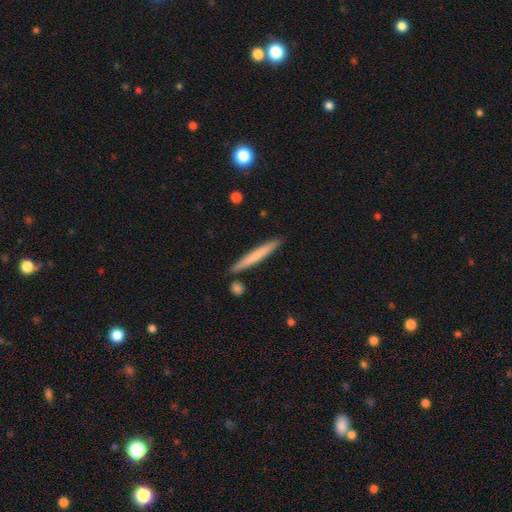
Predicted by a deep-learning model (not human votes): Smooth or featured?
  - smooth: 65% *
  - featured or disk: 29%
  - star or artifact: 5%
How rounded?
  - cigar-shaped: 97% *
  - in between: 2%
  - round: 1%
Merging?
  - none: 87% *
  - minor disturbance: 8%
  - merger: 3%
  - major disturbance: 2%